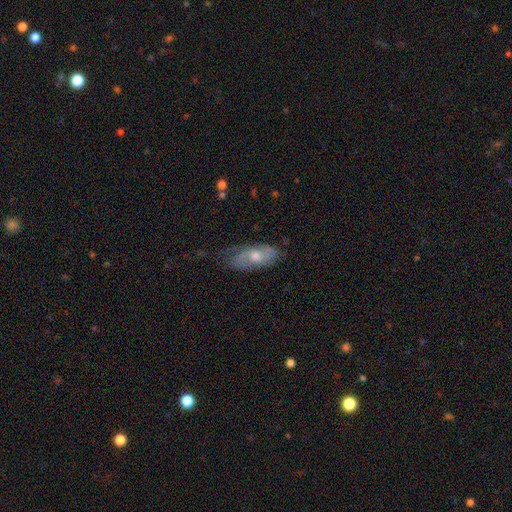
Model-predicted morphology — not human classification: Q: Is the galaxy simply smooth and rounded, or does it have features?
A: featured or disk — 54%.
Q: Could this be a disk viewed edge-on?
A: no — 83%.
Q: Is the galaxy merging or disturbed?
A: none — 63%.